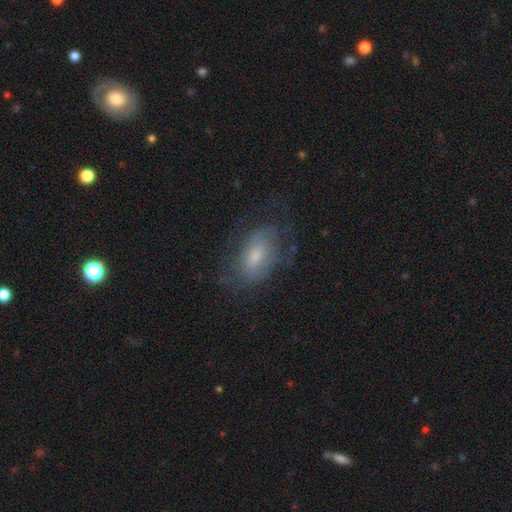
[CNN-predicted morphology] A featured or disk galaxy (45%, tied with smooth).

Vote fractions:
- Smooth or featured? featured or disk: 45% (tied) / smooth: 45% (tied) / star or artifact: 10%
- Merging? none: 59% / minor disturbance: 23% / major disturbance: 17% / merger: 2%